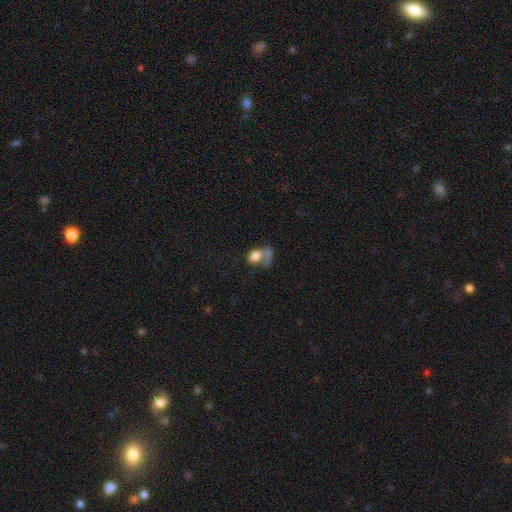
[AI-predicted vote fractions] A smooth galaxy with no disk features (73%) that is in between round and cigar-shaped (78%).

Vote fractions:
- Smooth or featured? smooth: 73% / featured or disk: 15% / star or artifact: 12%
- How rounded? in between: 78% / round: 19% / cigar-shaped: 2%
- Merging? merger: 42% / none: 24% / major disturbance: 21% / minor disturbance: 13%